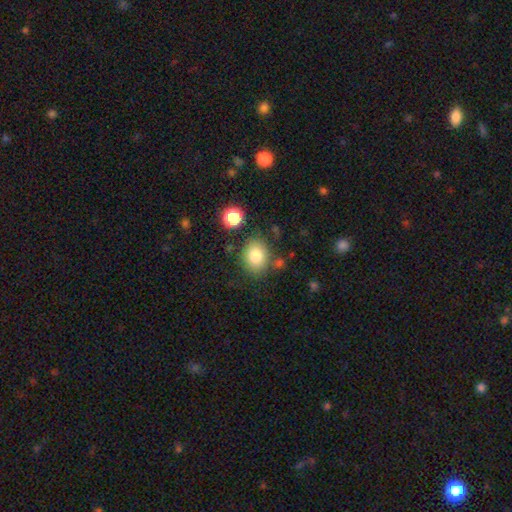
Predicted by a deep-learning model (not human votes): This is clearly a smooth galaxy (82%). How rounded: possibly in between (55%). Merging: likely none (77%).